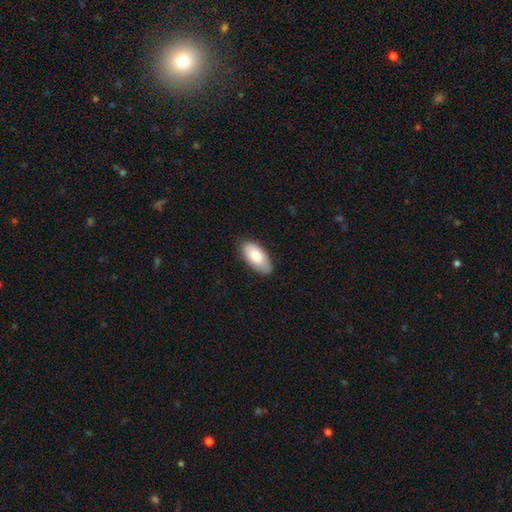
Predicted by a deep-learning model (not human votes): Morphology: type=smooth (82%); roundness=in between (93%); merging=none (84%).